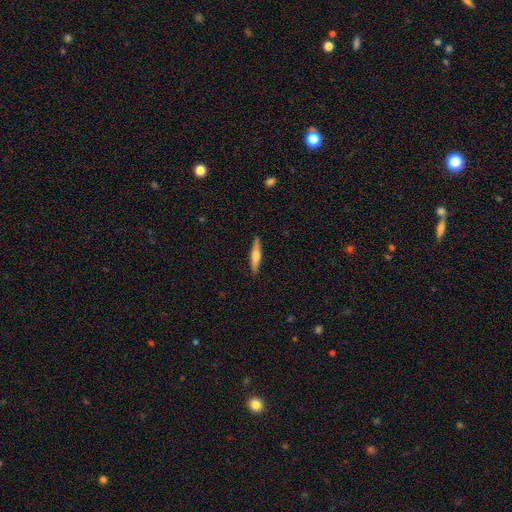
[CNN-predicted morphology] Smooth or featured? smooth (53%)
How rounded? cigar-shaped (87%)
Merging? none (90%)